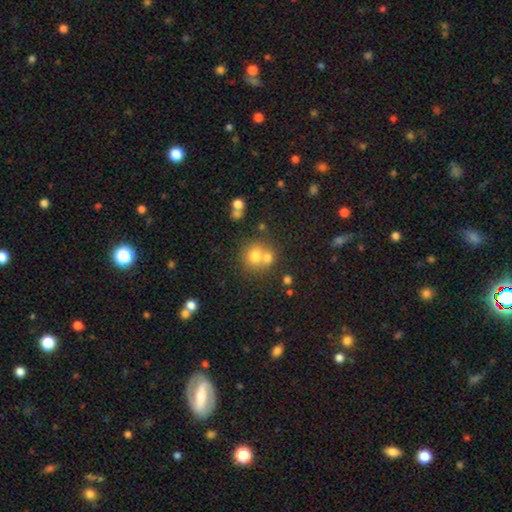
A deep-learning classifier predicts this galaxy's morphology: This is likely a smooth galaxy (72%). How rounded: likely round (78%). Merging: possibly merger (45%).